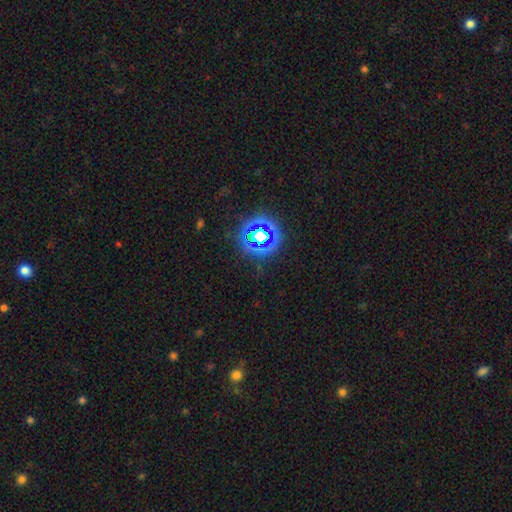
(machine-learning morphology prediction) This is likely a star or artifact rather than a galaxy (64%).